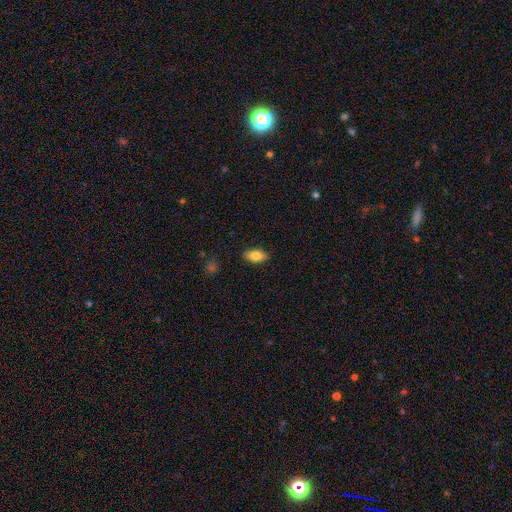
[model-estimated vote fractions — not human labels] Q: Smooth or featured?
A: smooth (84%); runner-up: featured or disk (9%)
Q: How rounded?
A: in between (91%); runner-up: round (5%)
Q: Merging?
A: none (87%); runner-up: minor disturbance (10%)